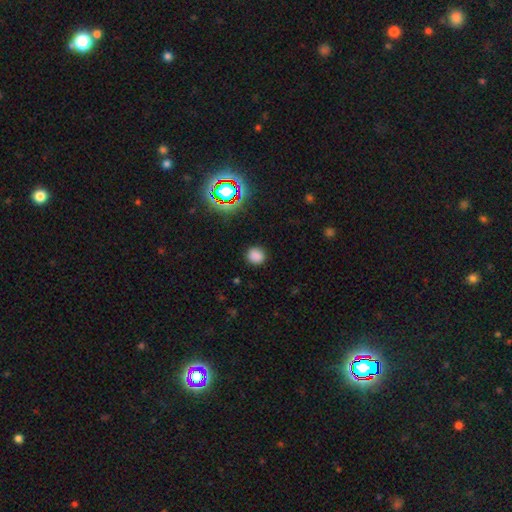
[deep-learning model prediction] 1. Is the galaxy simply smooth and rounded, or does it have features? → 79% smooth, 16% star or artifact, 5% featured or disk.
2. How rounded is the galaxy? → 85% round, 14% in between, 1% cigar-shaped.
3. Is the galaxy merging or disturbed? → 88% none, 8% minor disturbance, 3% major disturbance, 1% merger.